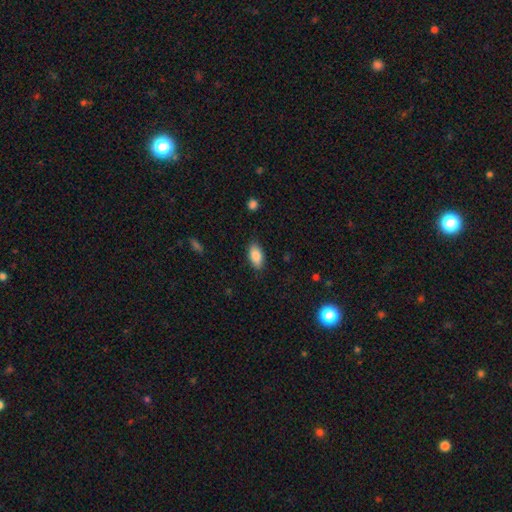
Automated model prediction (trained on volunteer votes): smooth_or_featured: smooth (p=0.85) [alt: featured or disk p=0.07]
how_rounded: in between (p=0.91) [alt: cigar-shaped p=0.06]
merging: none (p=0.85) [alt: minor disturbance p=0.11]